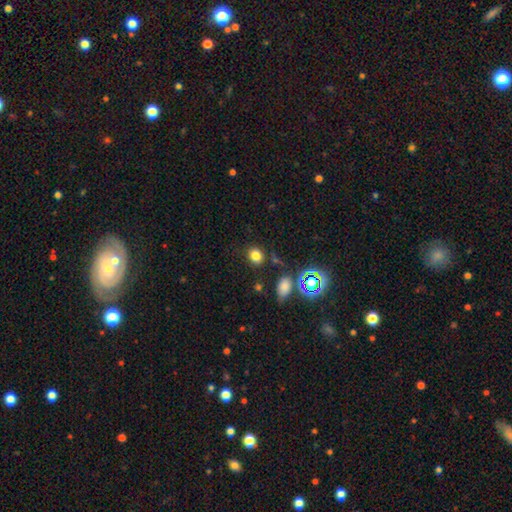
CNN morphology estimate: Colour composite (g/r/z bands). It shows a smooth galaxy with no disk features (77%) that is round (58%). Merging: none (81%).